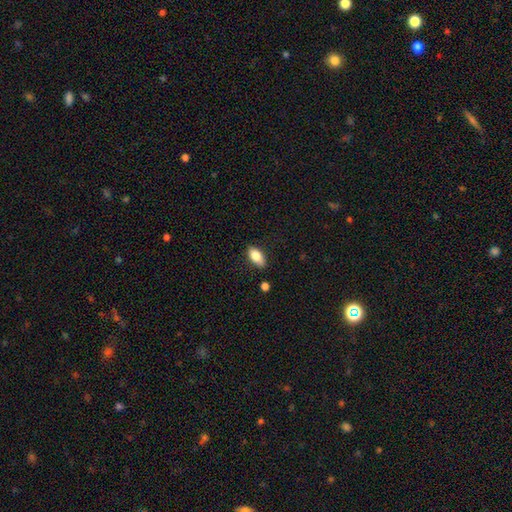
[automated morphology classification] smooth-or-featured: smooth: 80% | featured or disk: 13% | star or artifact: 7%
  how-rounded: in between: 88% | cigar-shaped: 8% | round: 4%
  merging: none: 82% | minor disturbance: 13% | major disturbance: 3% | merger: 2%